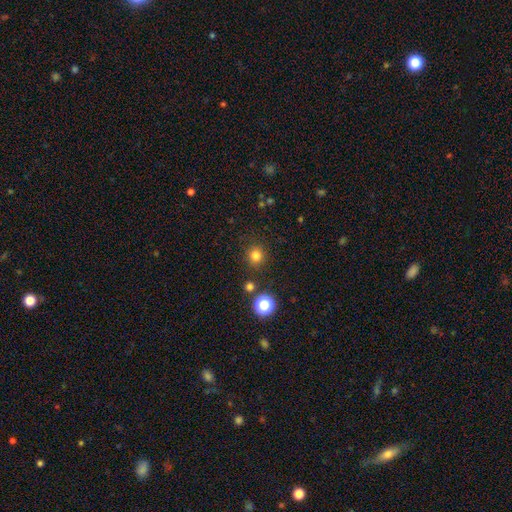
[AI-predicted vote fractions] smooth_or_featured: smooth (p=0.79) [alt: star or artifact p=0.16]
how_rounded: round (p=0.93) [alt: in between p=0.06]
merging: none (p=0.87) [alt: minor disturbance p=0.07]